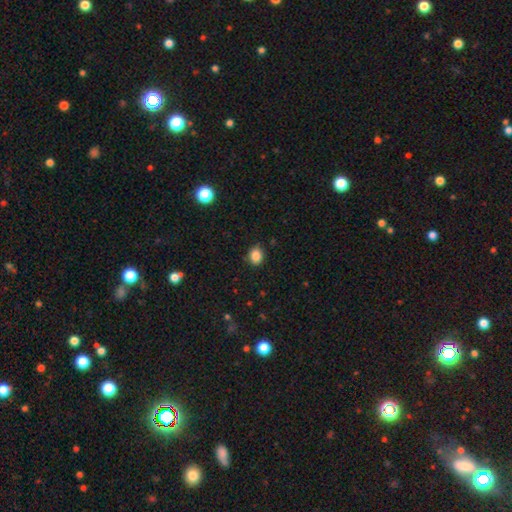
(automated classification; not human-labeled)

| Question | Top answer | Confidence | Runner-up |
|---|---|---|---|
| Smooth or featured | smooth | 86% | star or artifact (10%) |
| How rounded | round | 53% | in between (46%) |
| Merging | none | 84% | minor disturbance (12%) |